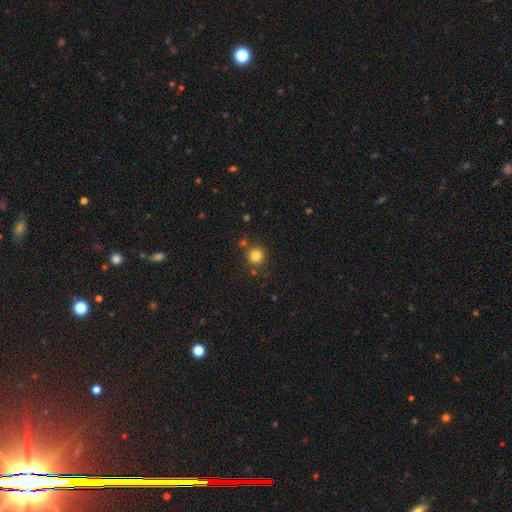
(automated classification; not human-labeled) A smooth galaxy with no disk features (83%) that is round (93%).

Vote fractions:
- Smooth or featured? smooth: 83% / star or artifact: 12% / featured or disk: 5%
- How rounded? round: 93% / in between: 6% / cigar-shaped: 1%
- Merging? none: 80% / minor disturbance: 9% / merger: 7% / major disturbance: 3%